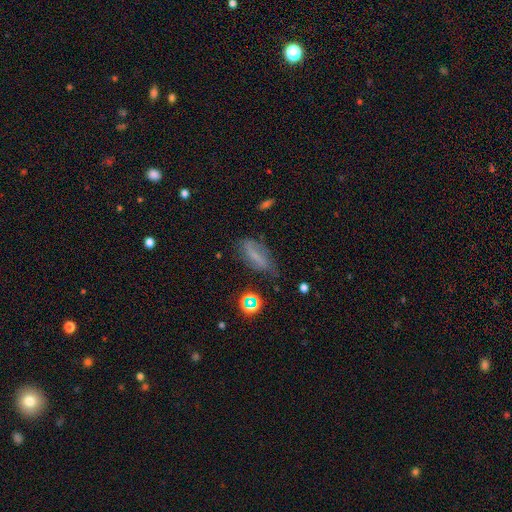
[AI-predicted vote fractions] Smooth or featured? smooth (43%)
Merging? none (54%)